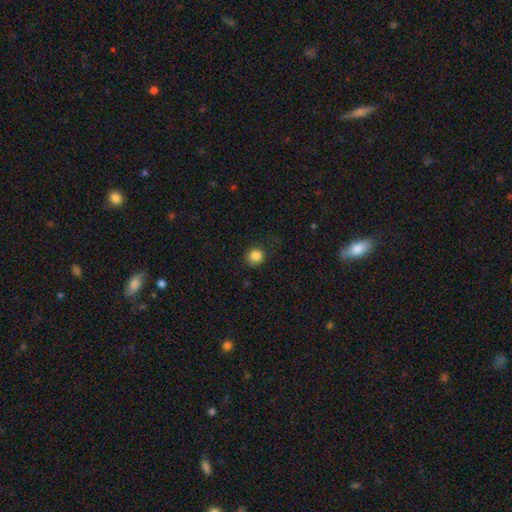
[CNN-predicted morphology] A smooth galaxy with no disk features (85%) that is round (90%). Merging: none (80%).